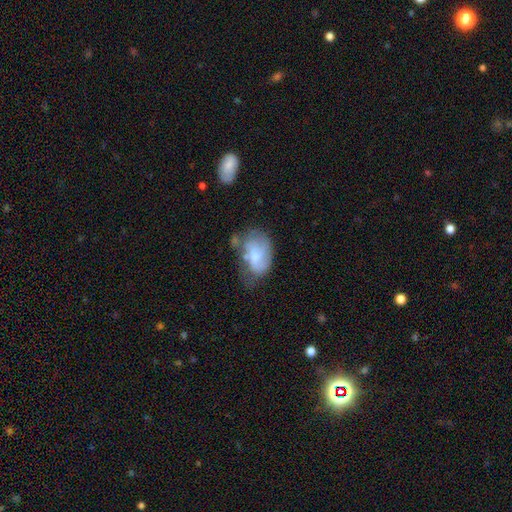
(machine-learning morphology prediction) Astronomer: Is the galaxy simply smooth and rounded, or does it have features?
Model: smooth — 52% (runner-up: featured or disk, 40%).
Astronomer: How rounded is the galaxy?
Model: in between — 87%.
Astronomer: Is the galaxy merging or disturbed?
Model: none — 34% (runner-up: minor disturbance, 33%).